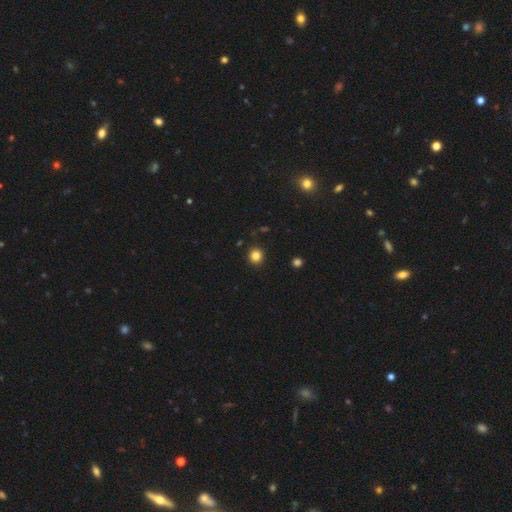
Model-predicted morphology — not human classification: type=smooth (84%); roundness=round (91%); merging=none (91%).